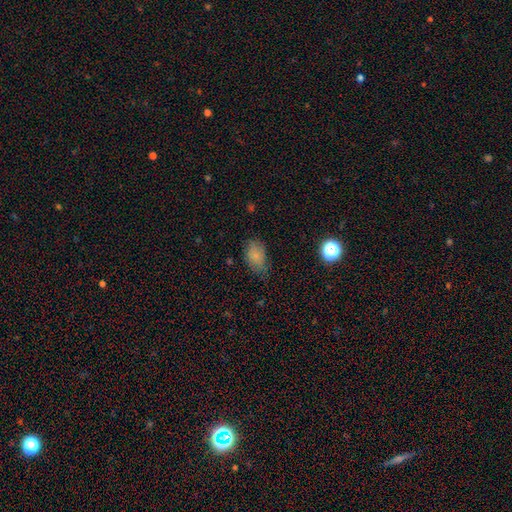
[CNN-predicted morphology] Overall: smooth (79%). How rounded: in between (86%). Merging: none (63%; minor disturbance 28%).